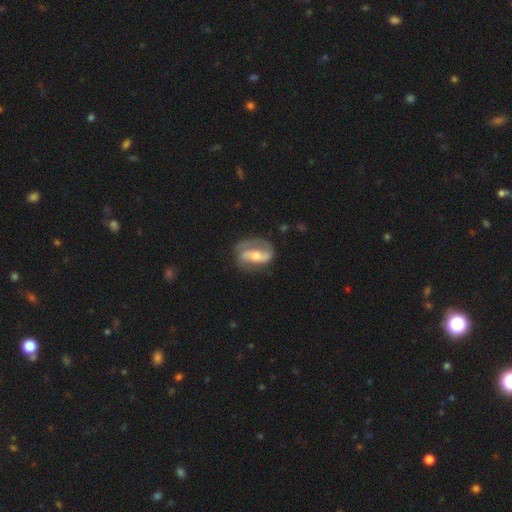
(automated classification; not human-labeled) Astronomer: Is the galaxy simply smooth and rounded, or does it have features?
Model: featured or disk — 78%.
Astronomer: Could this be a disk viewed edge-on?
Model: no — 96%.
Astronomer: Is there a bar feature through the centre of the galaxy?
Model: strong — 40% (runner-up: weak, 33%).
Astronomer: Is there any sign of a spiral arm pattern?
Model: yes — 87%.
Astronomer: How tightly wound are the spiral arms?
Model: medium — 43% (runner-up: loose, 30%).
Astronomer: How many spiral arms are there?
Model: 2 — 73%.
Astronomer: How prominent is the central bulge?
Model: moderate — 62%.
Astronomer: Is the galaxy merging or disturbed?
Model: none — 62%.